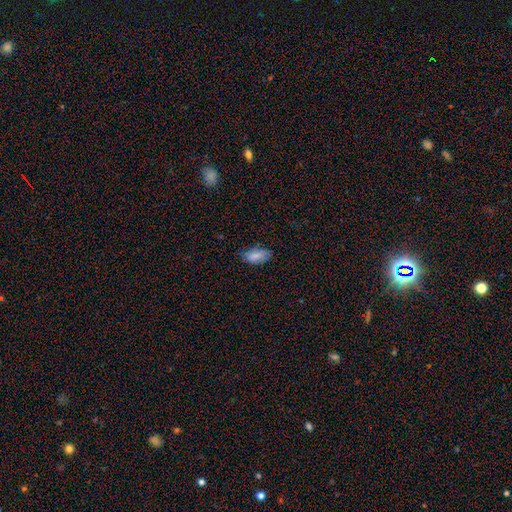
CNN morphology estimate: This is clearly a smooth galaxy (82%). How rounded: clearly in between (90%). Merging: likely none (68%).